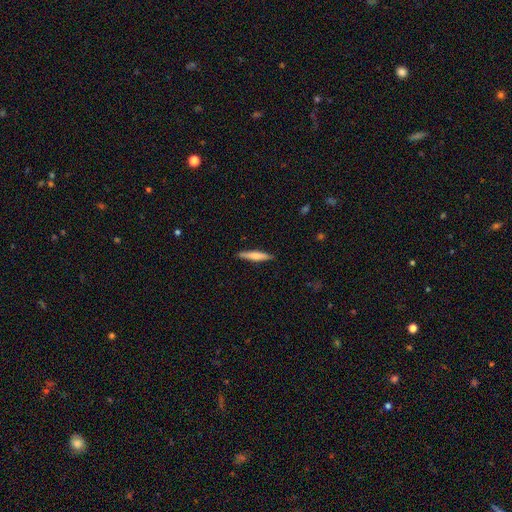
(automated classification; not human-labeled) This is likely a smooth galaxy (62%). How rounded: clearly cigar-shaped (90%). Merging: clearly none (89%).